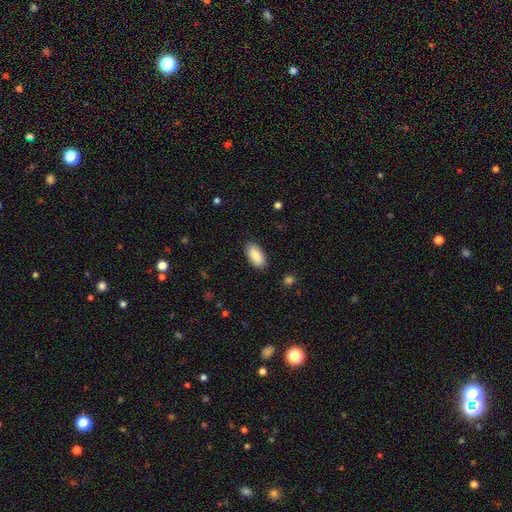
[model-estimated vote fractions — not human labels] This is clearly a smooth galaxy (87%). How rounded: clearly in between (92%). Merging: clearly none (86%).